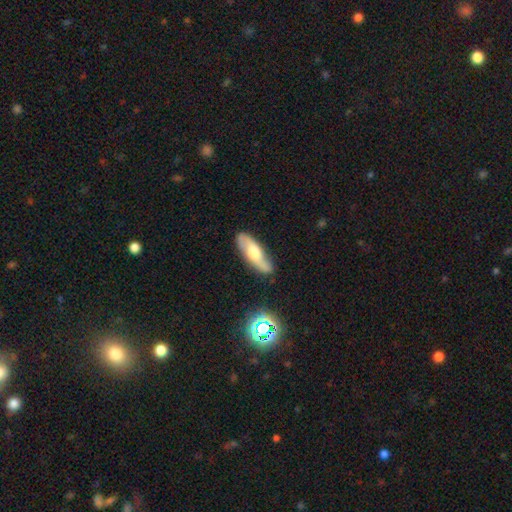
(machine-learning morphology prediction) Overall: featured or disk (54%; smooth 38%). Edge-on disk: no (70%). Merging: none (79%).